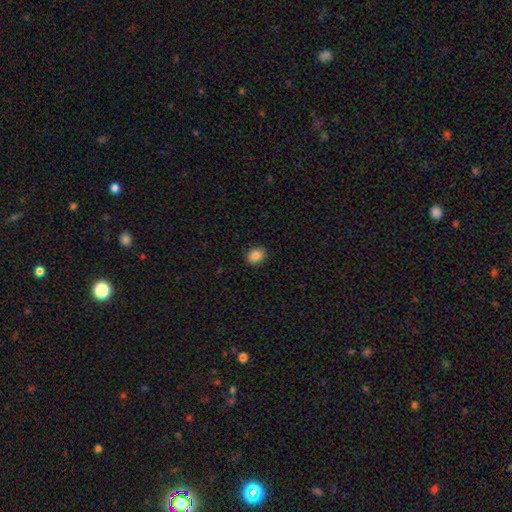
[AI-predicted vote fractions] Smooth or featured?
  - smooth: 87% *
  - star or artifact: 9%
  - featured or disk: 4%
How rounded?
  - in between: 62% *
  - round: 37%
  - cigar-shaped: 1%
Merging?
  - none: 90% *
  - minor disturbance: 7%
  - major disturbance: 2%
  - merger: 1%